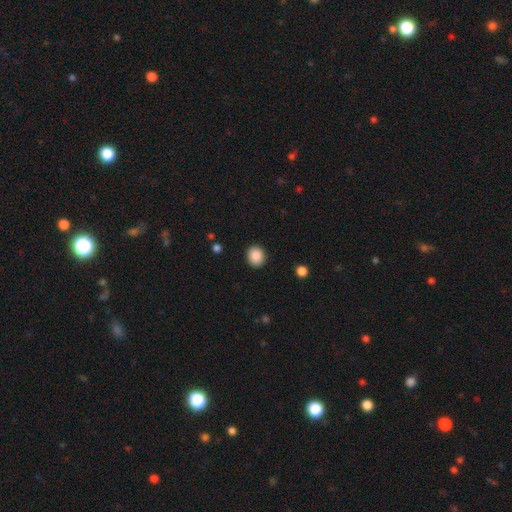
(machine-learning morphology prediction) Smooth or featured?
  - smooth: 89% *
  - star or artifact: 9%
  - featured or disk: 3%
How rounded?
  - round: 78% *
  - in between: 21%
  - cigar-shaped: 1%
Merging?
  - none: 90% *
  - minor disturbance: 7%
  - major disturbance: 2%
  - merger: 1%